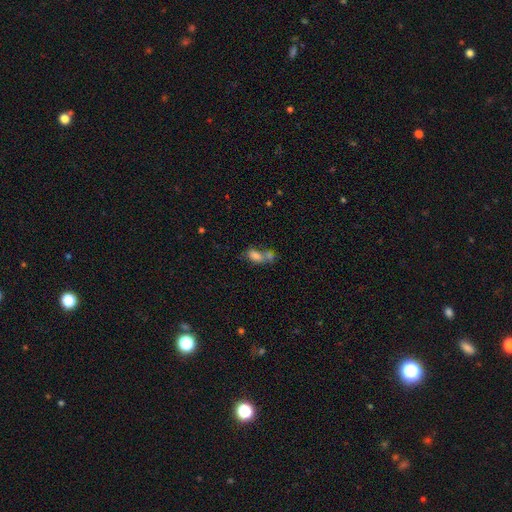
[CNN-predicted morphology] Smooth or featured? smooth (76%)
How rounded? in between (87%)
Merging? merger (58%)